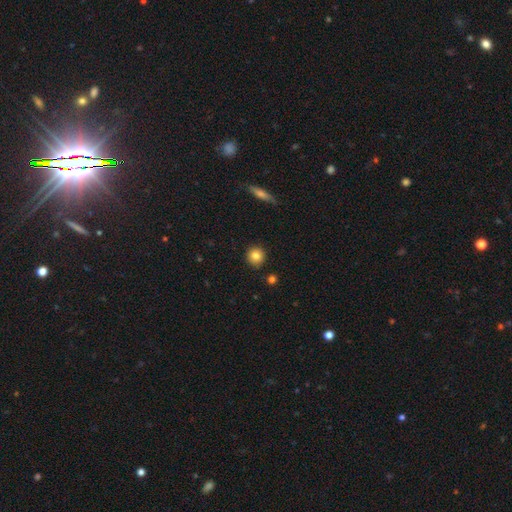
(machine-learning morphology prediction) Overall: smooth (83%). How rounded: round (92%). Merging: none (90%).